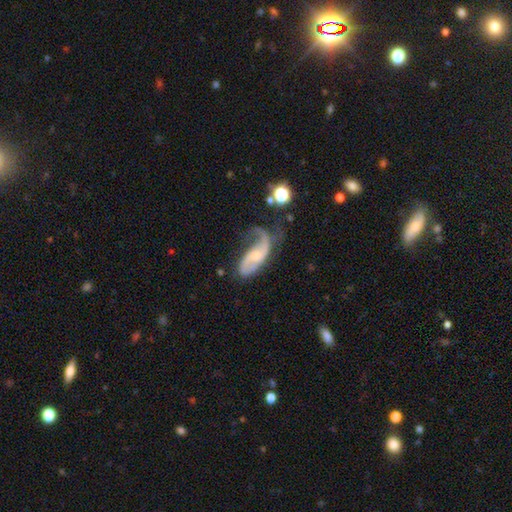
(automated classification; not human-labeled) Smooth or featured? Predicted: featured or disk (p=0.75). Edge-on disk? Predicted: no (p=0.93). Bar? Predicted: no (p=0.60). Spiral arms? Predicted: yes (p=0.90). Spiral winding? Predicted: loose (p=0.57). Spiral arm count? Predicted: 2 (p=0.69). Bulge size? Predicted: small (p=0.57). Merging? Predicted: major disturbance (p=0.35).